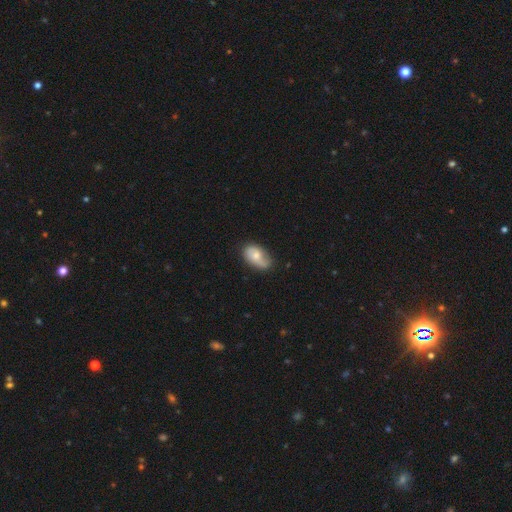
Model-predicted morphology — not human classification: A smooth galaxy with no disk features (54%) that is in between round and cigar-shaped (90%). Merging: none (59%).